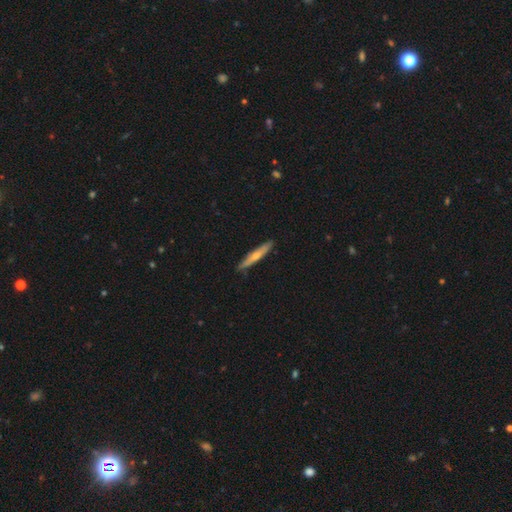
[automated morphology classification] Smooth or featured: smooth — 50% (featured or disk — 45%)
Merging: none — 87% (minor disturbance — 11%)